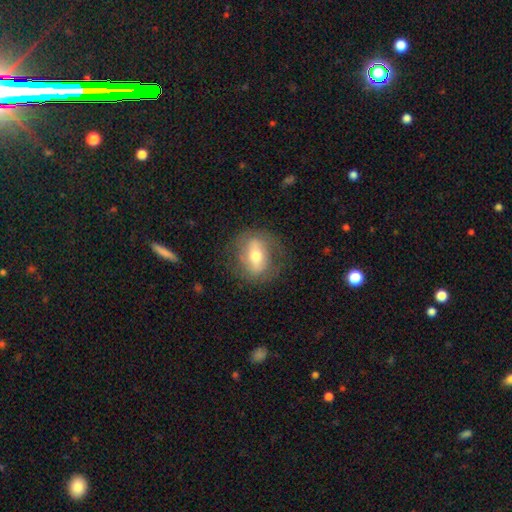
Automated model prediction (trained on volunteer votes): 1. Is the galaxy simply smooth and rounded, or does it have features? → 50% featured or disk, 43% smooth, 8% star or artifact.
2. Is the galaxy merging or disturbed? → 73% none, 16% minor disturbance, 9% major disturbance, 1% merger.